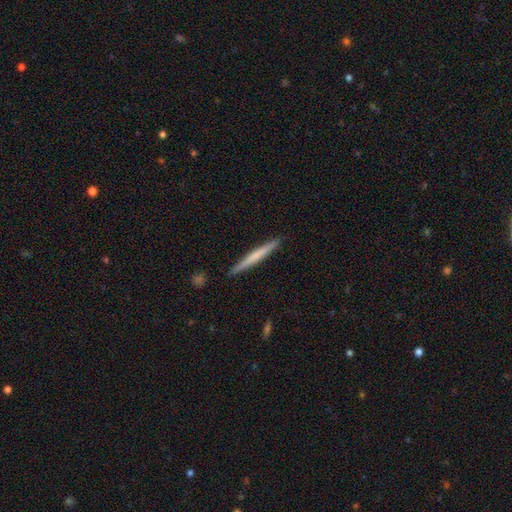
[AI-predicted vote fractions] smooth 56%, featured or disk 38%, star or artifact 5%. Down the decision tree: how rounded — cigar-shaped (97%); merging — none (91%).